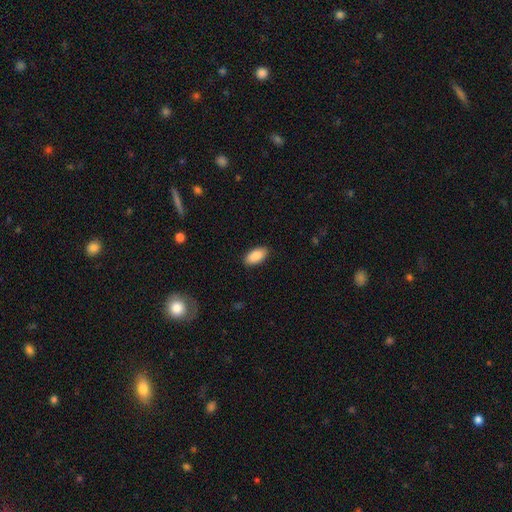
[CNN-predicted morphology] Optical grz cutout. It shows a smooth galaxy with no disk features (89%) that is in between round and cigar-shaped (94%). Merging: none (88%).